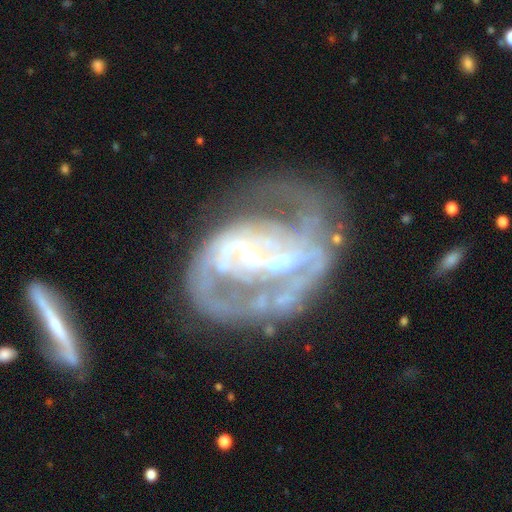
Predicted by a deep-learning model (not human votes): Smooth or featured? featured or disk (83%)
Edge-on disk? no (97%)
Bar? weak (36%, tied with no)
Spiral arms? yes (69%)
Spiral winding? medium (39%)
Spiral arm count? 2 (39%)
Bulge size? small (42%)
Merging? major disturbance (39%)